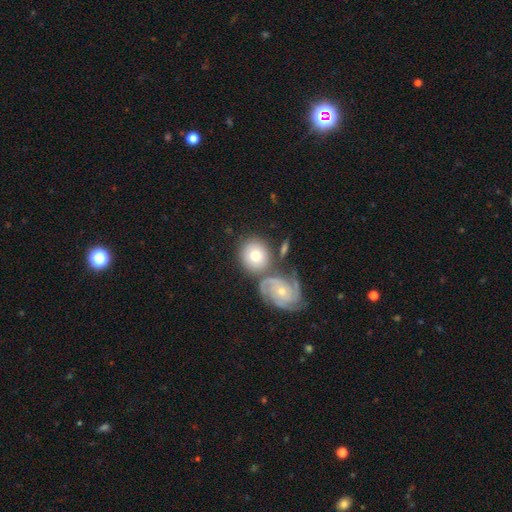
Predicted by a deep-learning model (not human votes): Smooth or featured? Predicted: smooth (p=0.54). How rounded? Predicted: round (p=0.80). Merging? Predicted: none (p=0.58).